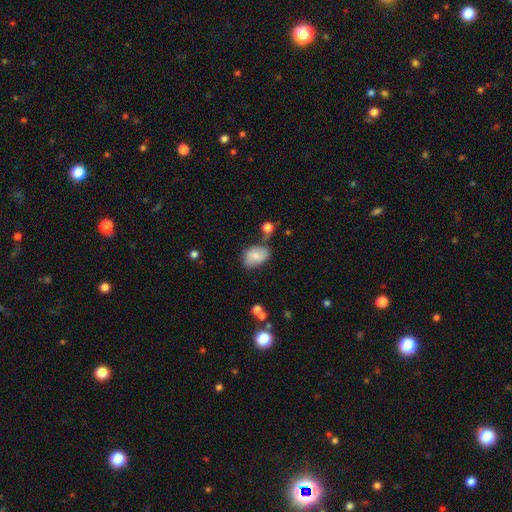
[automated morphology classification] This is likely a smooth galaxy (73%). How rounded: clearly in between (84%). Merging: possibly none (58%).